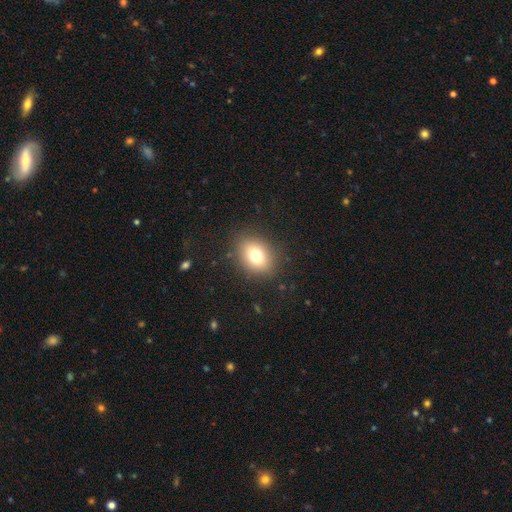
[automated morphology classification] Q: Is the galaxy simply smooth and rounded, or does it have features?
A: smooth — 76%.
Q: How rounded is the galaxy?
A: in between — 57%.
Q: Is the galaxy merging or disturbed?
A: none — 86%.